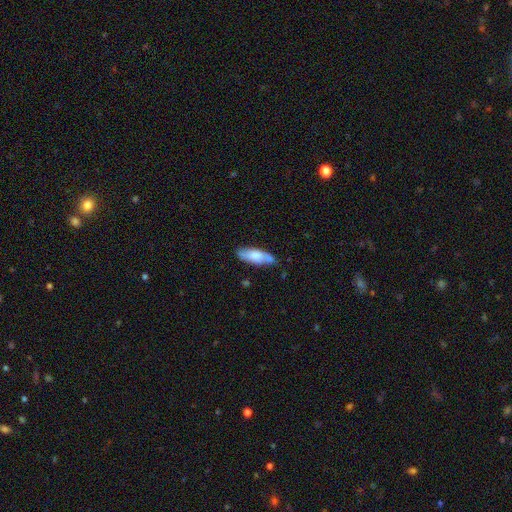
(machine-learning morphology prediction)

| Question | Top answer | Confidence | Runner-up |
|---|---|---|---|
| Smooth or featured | smooth | 71% | featured or disk (23%) |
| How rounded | in between | 63% | cigar-shaped (35%) |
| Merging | none | 70% | minor disturbance (22%) |